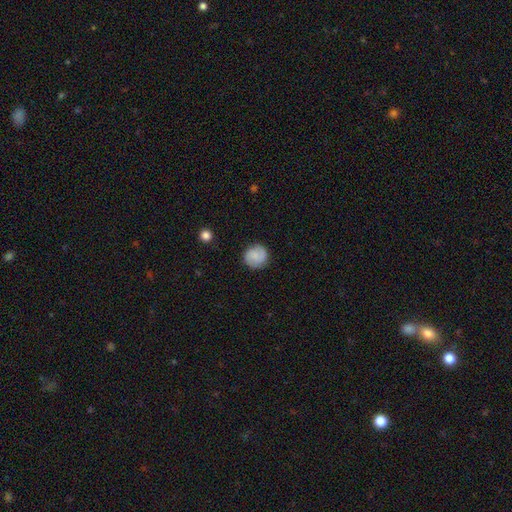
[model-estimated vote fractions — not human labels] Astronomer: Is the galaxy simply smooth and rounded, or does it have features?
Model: smooth — 58% (runner-up: featured or disk, 34%).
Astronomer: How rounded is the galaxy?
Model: round — 91%.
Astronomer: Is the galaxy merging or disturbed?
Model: none — 87%.